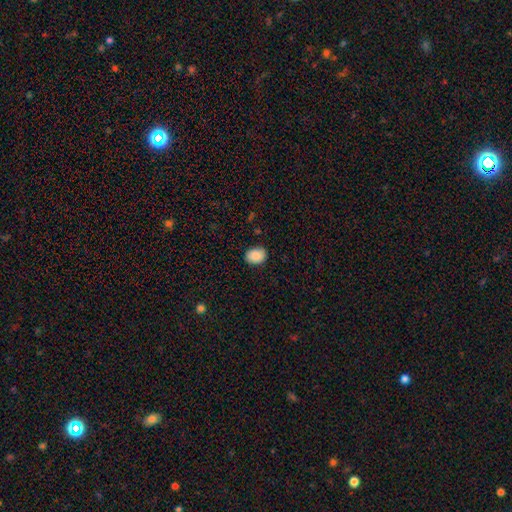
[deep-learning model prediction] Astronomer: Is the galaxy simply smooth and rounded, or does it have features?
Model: smooth — 88%.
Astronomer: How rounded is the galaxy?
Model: in between — 58% (runner-up: round, 41%).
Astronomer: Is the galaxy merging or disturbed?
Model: none — 87%.